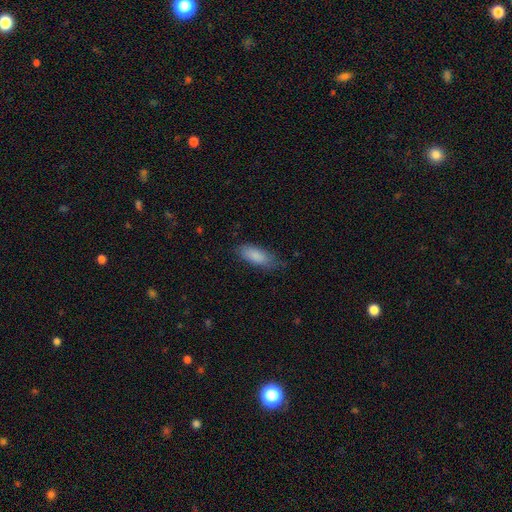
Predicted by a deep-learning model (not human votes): Smooth or featured? Predicted: smooth (p=0.87). How rounded? Predicted: in between (p=0.76). Merging? Predicted: none (p=0.70).